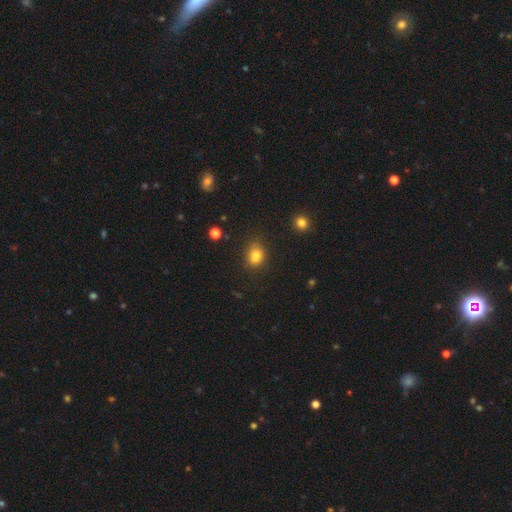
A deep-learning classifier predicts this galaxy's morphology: A smooth galaxy with no disk features (83%) that is in between round and cigar-shaped (58%).

Vote fractions:
- Smooth or featured? smooth: 83% / star or artifact: 12% / featured or disk: 6%
- How rounded? in between: 58% / round: 40% / cigar-shaped: 1%
- Merging? none: 72% / minor disturbance: 20% / major disturbance: 5% / merger: 3%